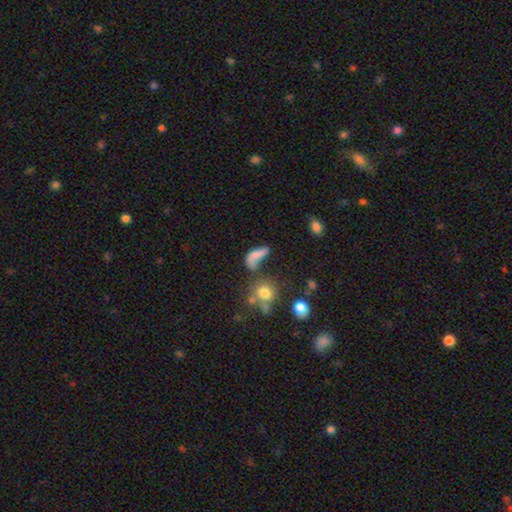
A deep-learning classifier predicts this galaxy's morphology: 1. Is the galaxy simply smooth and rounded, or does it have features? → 63% smooth, 23% featured or disk, 15% star or artifact.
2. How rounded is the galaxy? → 65% in between, 22% cigar-shaped, 13% round.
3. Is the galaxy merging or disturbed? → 29% none, 28% major disturbance, 24% merger, 19% minor disturbance.